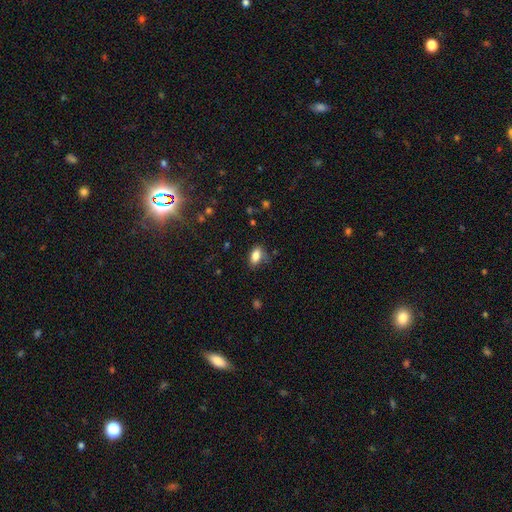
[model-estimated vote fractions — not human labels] Smooth or featured? smooth (84%)
How rounded? in between (89%)
Merging? none (71%)